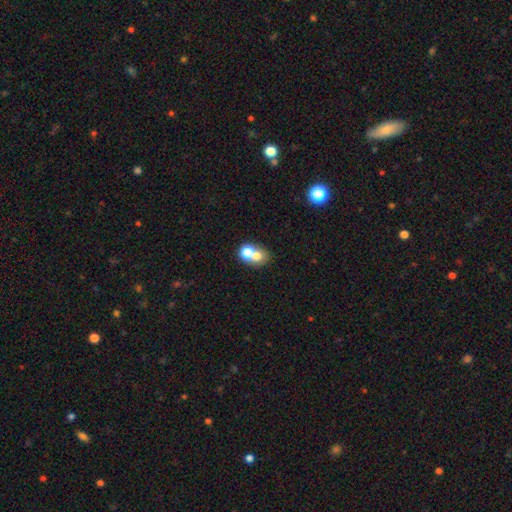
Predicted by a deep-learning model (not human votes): Morphology: type=smooth (68%); roundness=round (61%); merging=merger (57%).